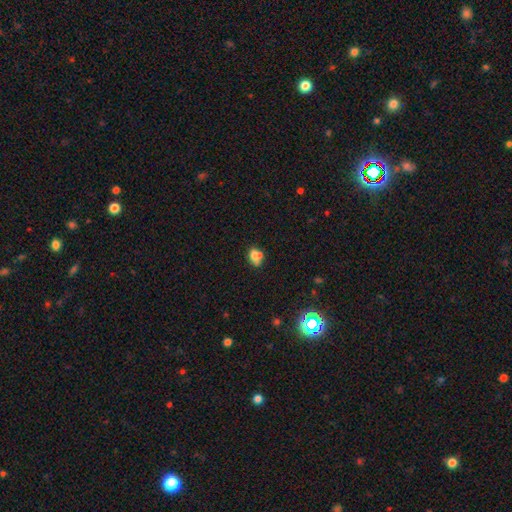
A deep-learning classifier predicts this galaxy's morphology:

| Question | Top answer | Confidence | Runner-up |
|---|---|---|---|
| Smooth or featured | smooth | 69% | featured or disk (18%) |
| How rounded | in between | 59% | round (39%) |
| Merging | none | 37% | tied: merger (37%) |